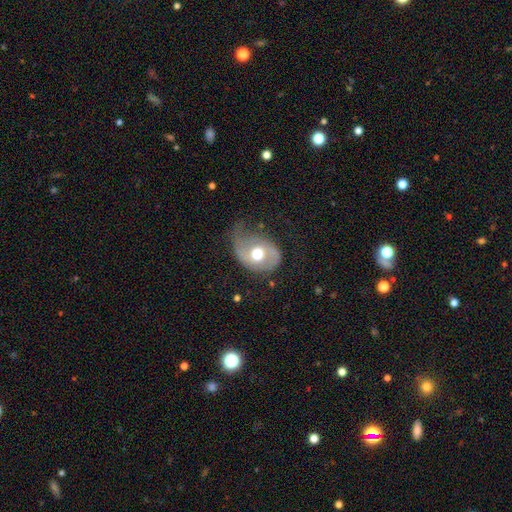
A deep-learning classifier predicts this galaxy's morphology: This is possibly a featured or disk galaxy (58%). It is clearly not viewed edge-on (96%). Bar: likely no (76%). Spiral arm pattern: likely yes (69%). Central bulge: likely moderate (62%). Merging: marginally minor disturbance (34%).